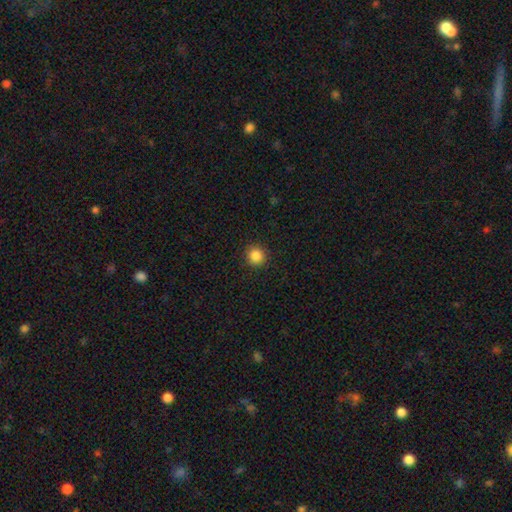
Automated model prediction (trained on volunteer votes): Morphology: type=smooth (86%); roundness=round (94%); merging=none (92%).